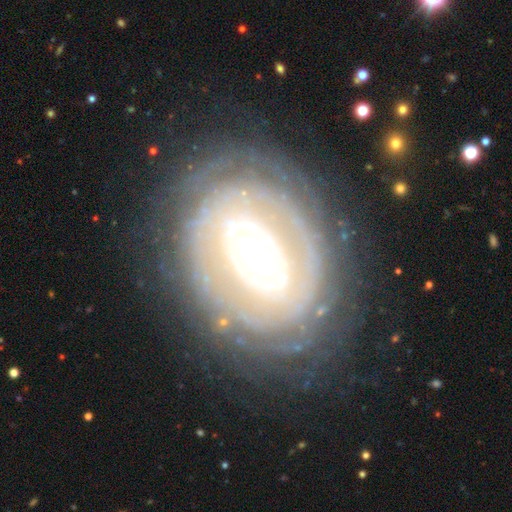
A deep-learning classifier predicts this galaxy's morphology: Q: Smooth or featured?
A: featured or disk (81%); runner-up: smooth (13%)
Q: Edge-on disk?
A: no (95%); runner-up: yes (5%)
Q: Bar?
A: weak (34%); runner-up: no (33%)
Q: Spiral arms?
A: yes (72%); runner-up: no (28%)
Q: Spiral winding?
A: tight (78%); runner-up: medium (16%)
Q: Spiral arm count?
A: can't tell (50%); runner-up: 2 (24%)
Q: Bulge size?
A: moderate (57%); runner-up: large (26%)
Q: Merging?
A: none (76%); runner-up: minor disturbance (14%)